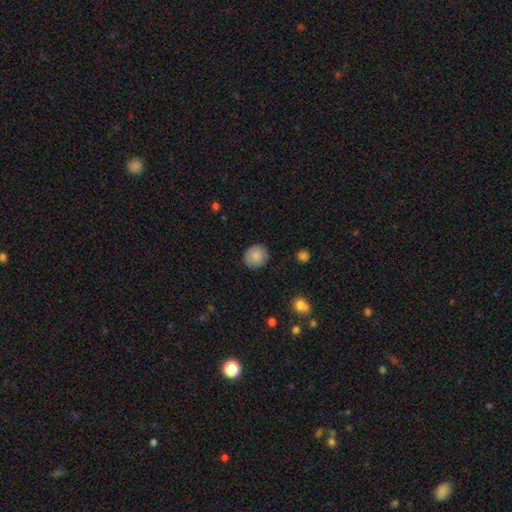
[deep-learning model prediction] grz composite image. It shows a smooth galaxy with no disk features (86%) that is round (85%). Merging: none (87%).